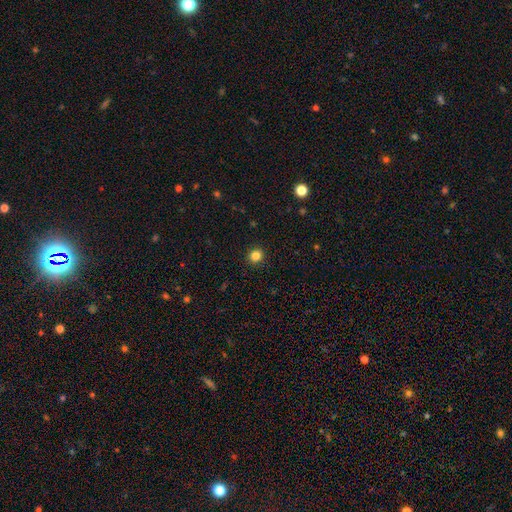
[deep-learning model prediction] This is clearly a smooth galaxy (83%). How rounded: clearly round (90%). Merging: clearly none (93%).